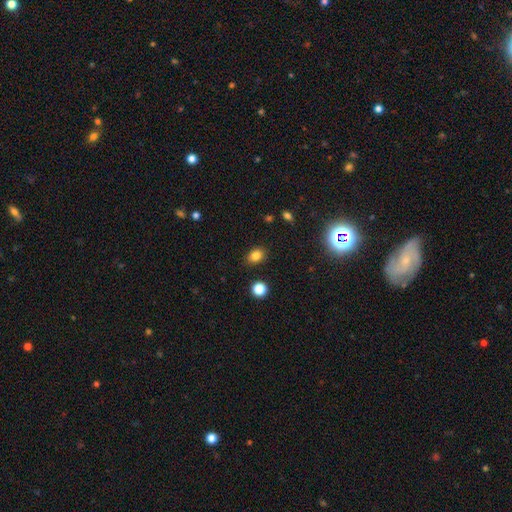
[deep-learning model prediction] Smooth or featured? Predicted: smooth (p=0.82). How rounded? Predicted: in between (p=0.62). Merging? Predicted: none (p=0.87).